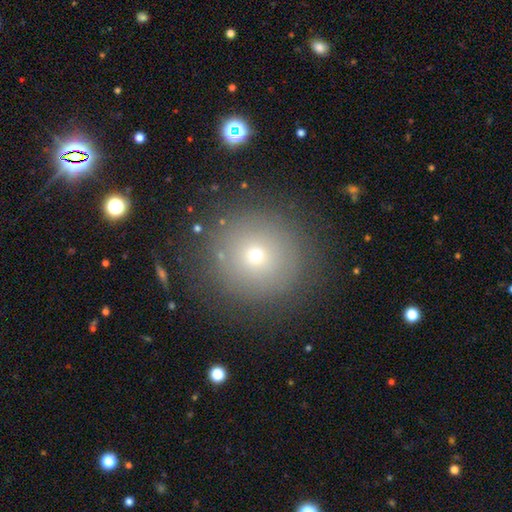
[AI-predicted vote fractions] Smooth or featured: smooth — 65% (star or artifact — 20%)
How rounded: round — 95% (in between — 4%)
Merging: none — 87% (minor disturbance — 8%)